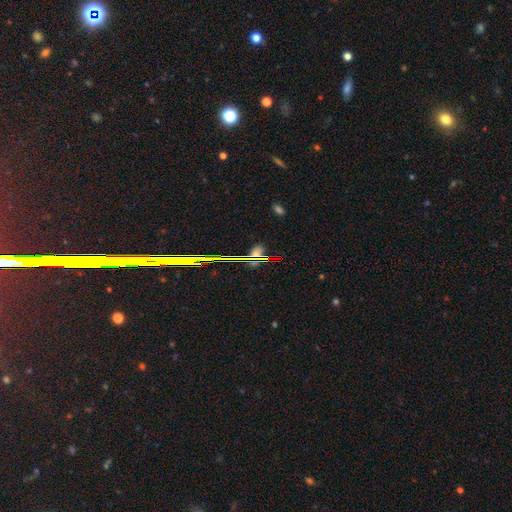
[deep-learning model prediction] Smooth or featured?
  - star or artifact: 58% *
  - smooth: 32%
  - featured or disk: 10%